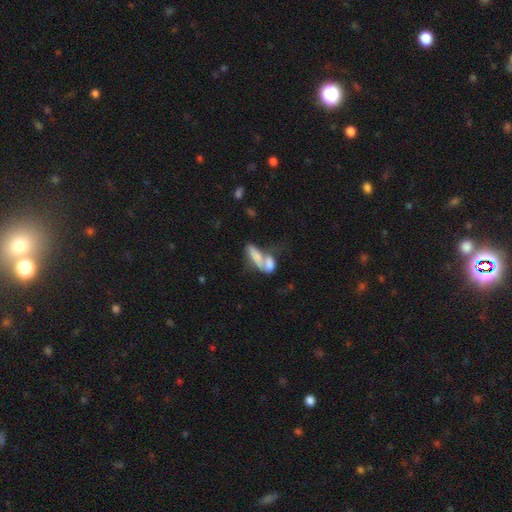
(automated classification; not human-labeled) smooth 68%, featured or disk 23%, star or artifact 9%. Down the decision tree: how rounded — in between (67%); merging — merger (65%).